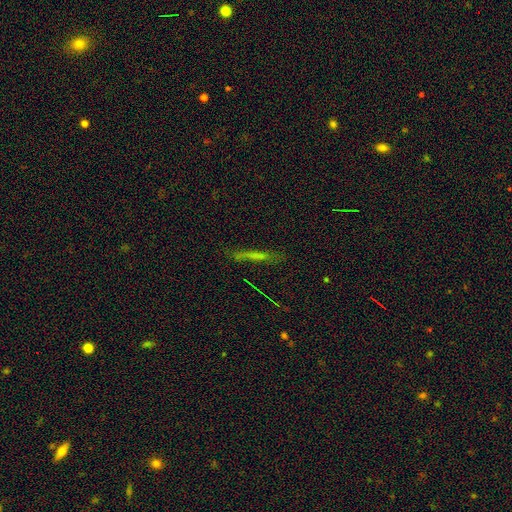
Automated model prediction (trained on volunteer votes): A smooth galaxy with no disk features (42%). Merging: none (77%).